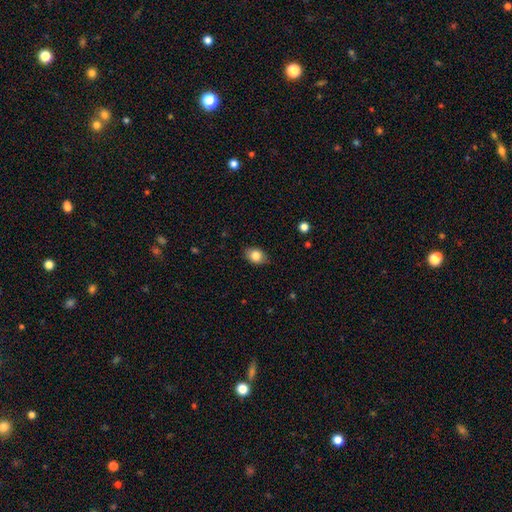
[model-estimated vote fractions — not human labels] This appears to be a smooth galaxy with no disk features (83%) that is in between round and cigar-shaped (72%). Merging: none (83%).